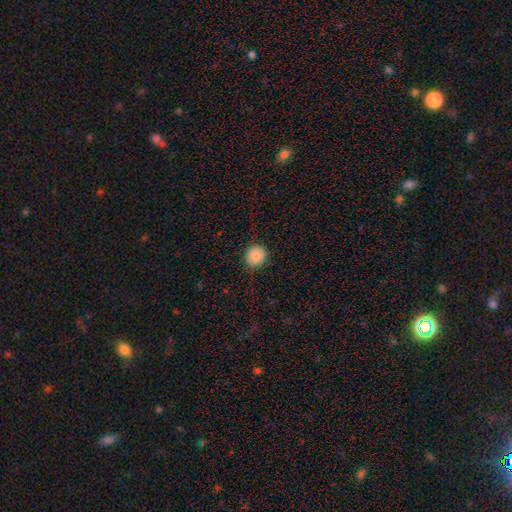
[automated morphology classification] This appears to be a smooth galaxy with no disk features (86%) that is round (93%). Merging: none (86%).